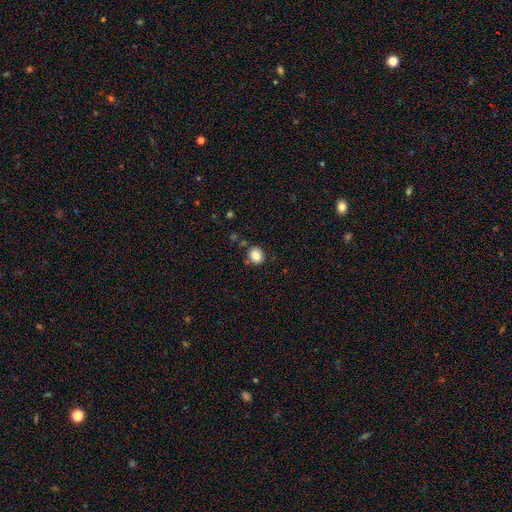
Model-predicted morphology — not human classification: smooth 83%, star or artifact 10%, featured or disk 7%. Down the decision tree: how rounded — round (65%); merging — none (81%).